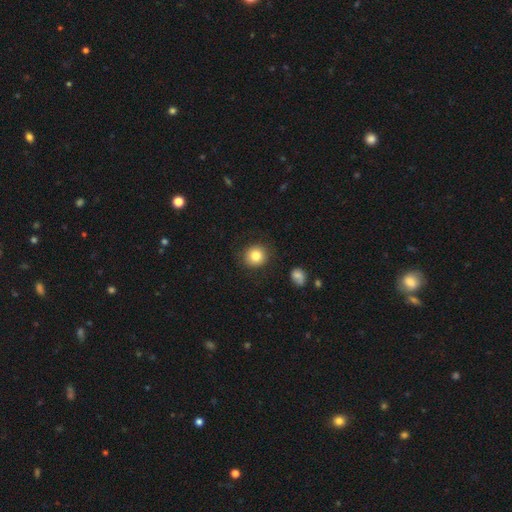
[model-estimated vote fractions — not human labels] Smooth or featured: smooth — 83% (star or artifact — 10%)
How rounded: round — 88% (in between — 11%)
Merging: none — 88% (minor disturbance — 8%)